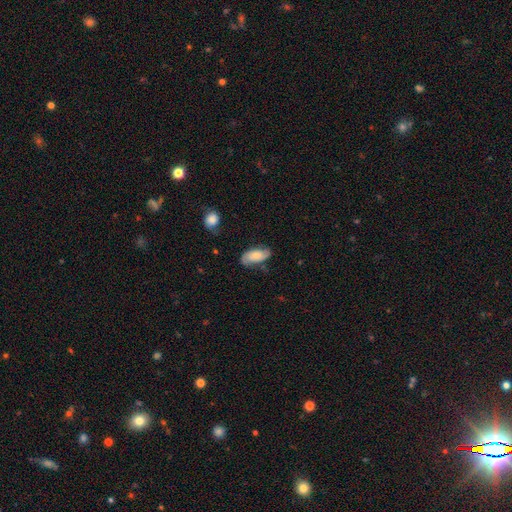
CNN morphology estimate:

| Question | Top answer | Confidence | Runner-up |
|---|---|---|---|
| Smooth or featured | featured or disk | 52% | smooth (41%) |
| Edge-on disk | no | 94% | yes (6%) |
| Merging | none | 70% | minor disturbance (21%) |